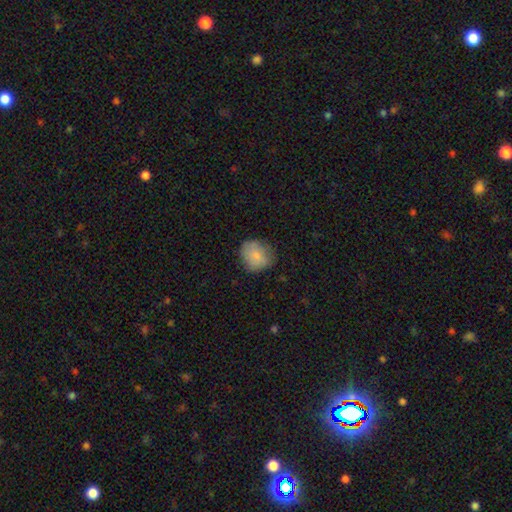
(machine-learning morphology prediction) Overall: smooth (79%). How rounded: round (76%). Merging: none (75%).